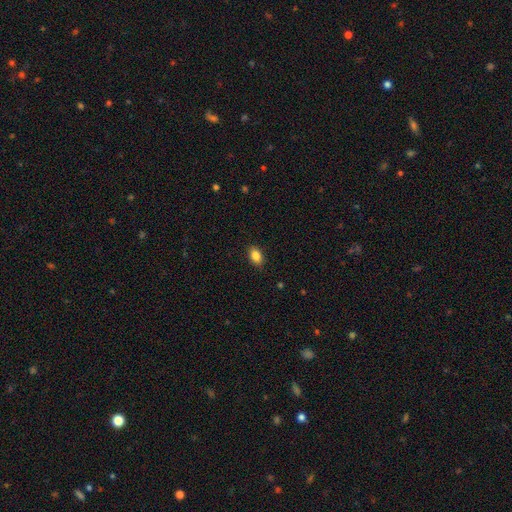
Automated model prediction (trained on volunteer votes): Smooth or featured?
  - smooth: 85% *
  - star or artifact: 9%
  - featured or disk: 6%
How rounded?
  - in between: 84% *
  - round: 15%
  - cigar-shaped: 2%
Merging?
  - none: 87% *
  - minor disturbance: 10%
  - major disturbance: 2%
  - merger: 1%